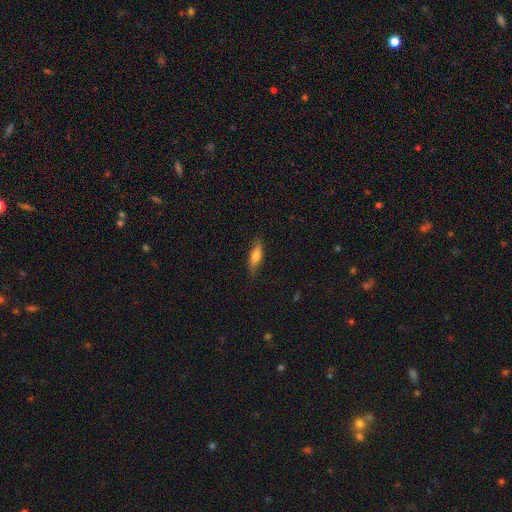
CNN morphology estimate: Overall: smooth (63%; featured or disk 30%). How rounded: in between (49%; cigar-shaped 48%). Merging: none (77%).